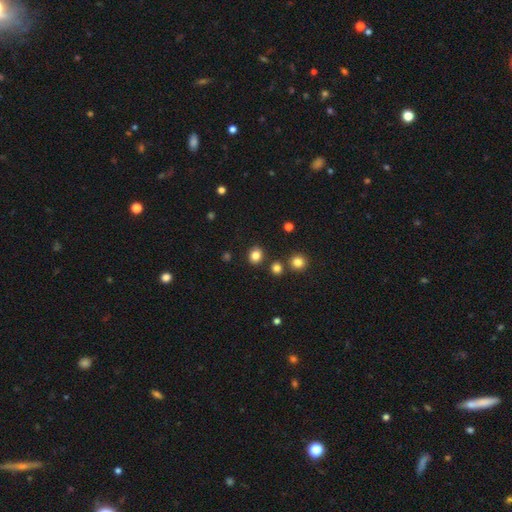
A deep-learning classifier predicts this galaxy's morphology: smooth-or-featured: smooth: 82% | star or artifact: 13% | featured or disk: 5%
  how-rounded: round: 72% | in between: 27% | cigar-shaped: 1%
  merging: none: 86% | minor disturbance: 7% | merger: 5% | major disturbance: 2%